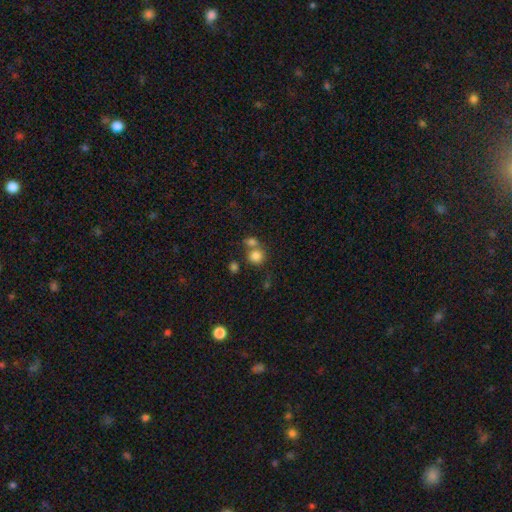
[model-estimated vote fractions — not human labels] Smooth or featured: smooth — 81% (star or artifact — 12%)
How rounded: round — 83% (in between — 16%)
Merging: none — 49% (merger — 38%)